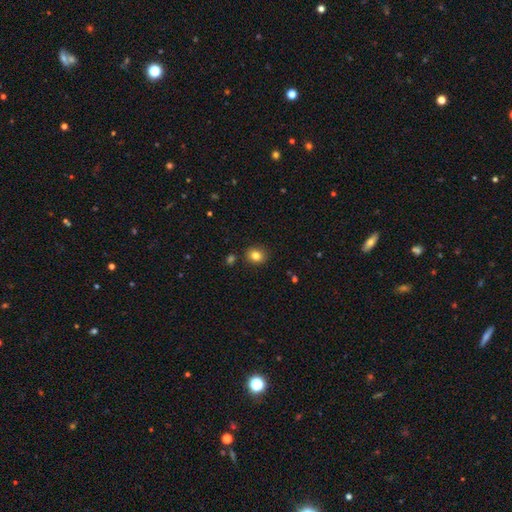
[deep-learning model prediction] Smooth or featured: smooth — 82% (star or artifact — 11%)
How rounded: round — 64% (in between — 35%)
Merging: none — 87% (minor disturbance — 8%)